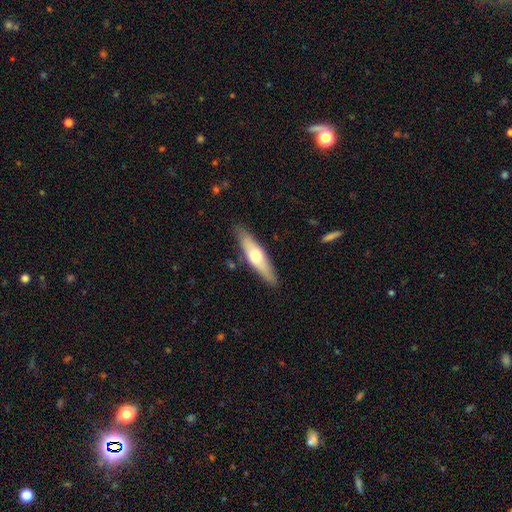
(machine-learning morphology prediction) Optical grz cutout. It shows a smooth galaxy with no disk features (51%) that is cigar-shaped (74%). Merging: none (86%).